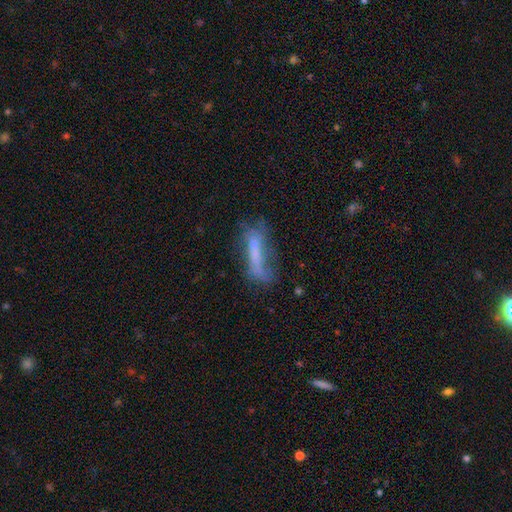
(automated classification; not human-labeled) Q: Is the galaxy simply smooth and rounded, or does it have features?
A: smooth — 46%.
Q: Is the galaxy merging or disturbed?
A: none — 37%.